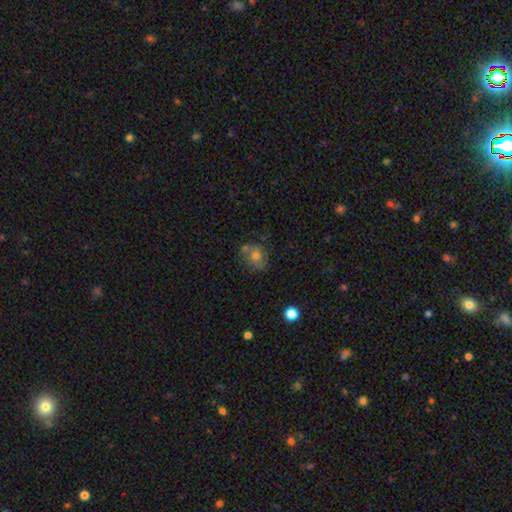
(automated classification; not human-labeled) smooth 55%, featured or disk 33%, star or artifact 12%. Down the decision tree: how rounded — round (68%); merging — none (62%).